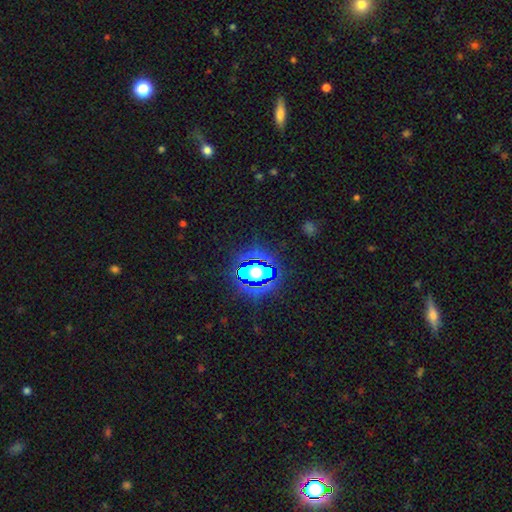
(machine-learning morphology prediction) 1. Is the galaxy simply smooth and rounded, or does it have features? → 76% star or artifact, 15% smooth, 8% featured or disk.